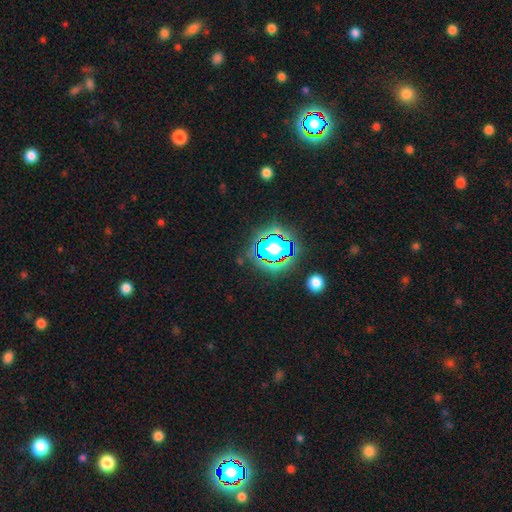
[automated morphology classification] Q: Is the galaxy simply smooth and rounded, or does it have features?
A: star or artifact — 74%.